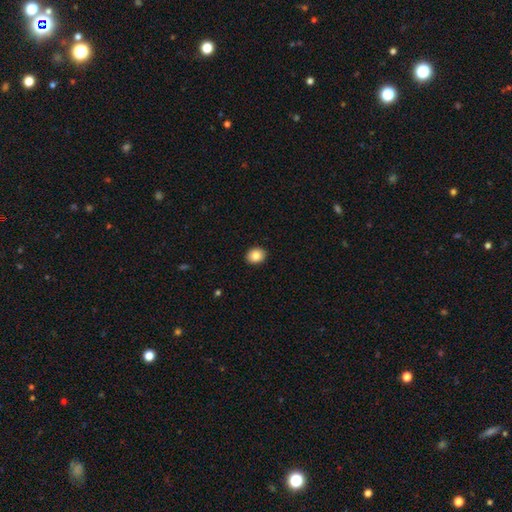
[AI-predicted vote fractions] smooth-or-featured: smooth: 84% | star or artifact: 9% | featured or disk: 7%
  how-rounded: round: 58% | in between: 41% | cigar-shaped: 1%
  merging: none: 92% | minor disturbance: 6% | major disturbance: 2% | merger: 1%